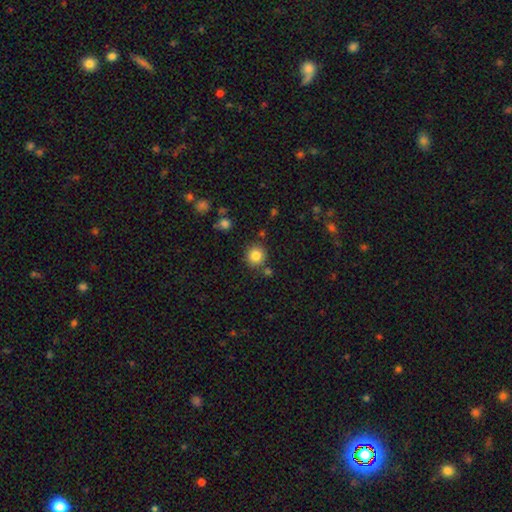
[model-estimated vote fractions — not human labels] Morphology: type=smooth (84%); roundness=round (91%); merging=none (82%).